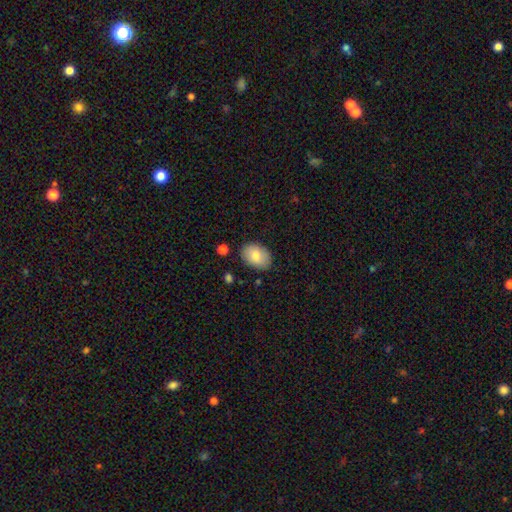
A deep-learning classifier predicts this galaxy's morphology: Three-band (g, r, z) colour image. It shows a smooth galaxy with no disk features (83%) that is in between round and cigar-shaped (84%). Merging: none (84%).